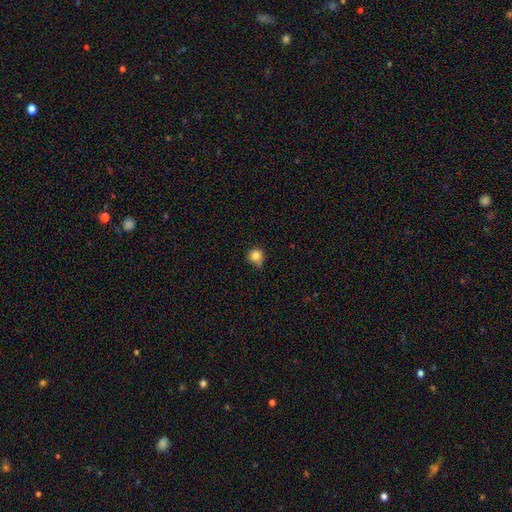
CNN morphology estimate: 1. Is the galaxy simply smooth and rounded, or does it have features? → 83% smooth, 11% star or artifact, 6% featured or disk.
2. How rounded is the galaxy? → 89% round, 10% in between, 1% cigar-shaped.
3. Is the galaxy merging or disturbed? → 57% none, 34% minor disturbance, 7% major disturbance, 3% merger.